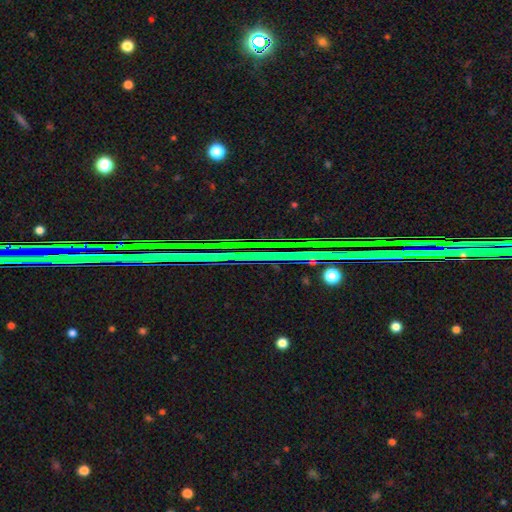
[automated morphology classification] Smooth or featured? star or artifact (84%)